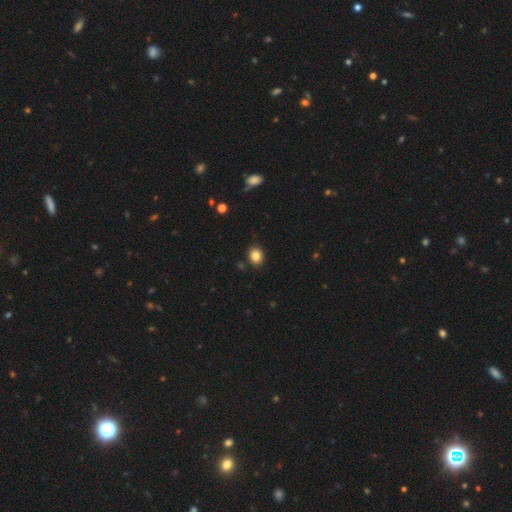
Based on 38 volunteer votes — Morphology: type=smooth (84%); roundness=round (59%); merging=none (82%).